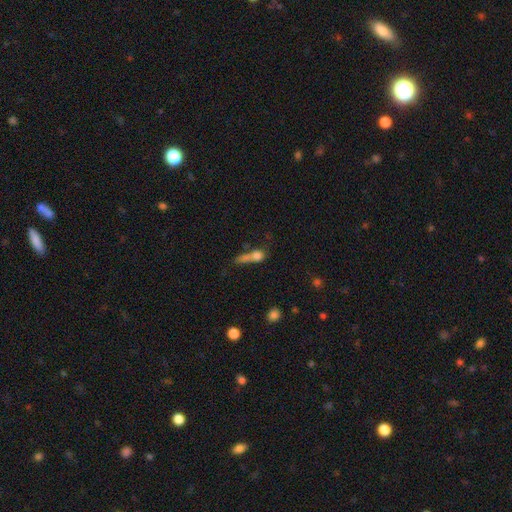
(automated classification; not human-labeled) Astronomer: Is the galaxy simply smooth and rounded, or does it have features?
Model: smooth — 63%.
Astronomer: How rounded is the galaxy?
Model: round — 40% (runner-up: in between, 34%).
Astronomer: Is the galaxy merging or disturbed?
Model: merger — 42% (runner-up: none, 31%).